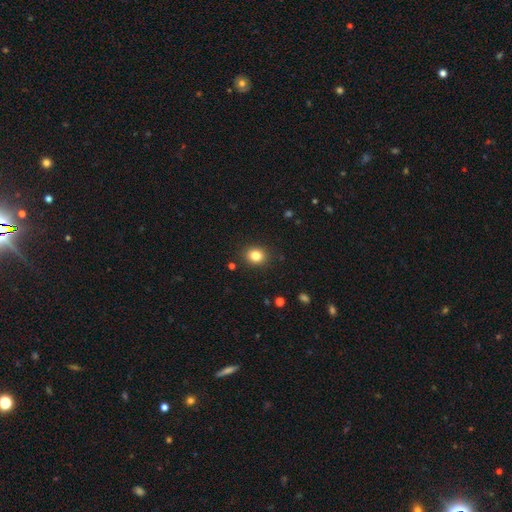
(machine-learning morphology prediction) Overall: smooth (83%). How rounded: round (69%; in between 30%). Merging: none (89%).